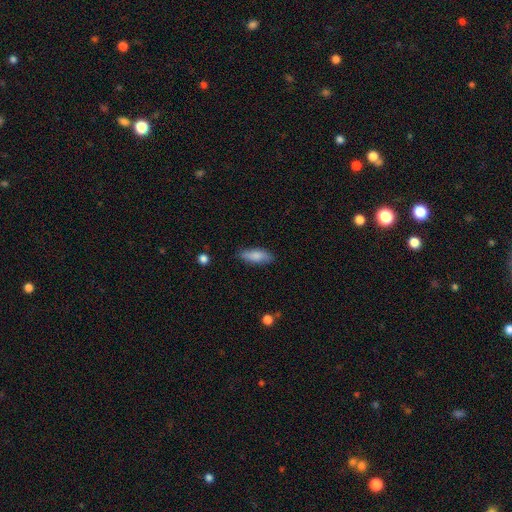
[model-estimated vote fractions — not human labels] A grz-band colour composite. It shows a smooth galaxy with no disk features (82%) that is in between round and cigar-shaped (69%). Merging: none (83%).